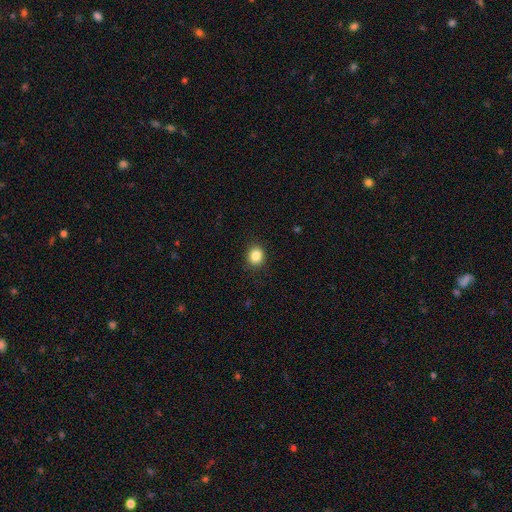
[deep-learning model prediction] smooth_or_featured: smooth (p=0.85) [alt: star or artifact p=0.10]
how_rounded: round (p=0.74) [alt: in between p=0.26]
merging: none (p=0.89) [alt: minor disturbance p=0.08]